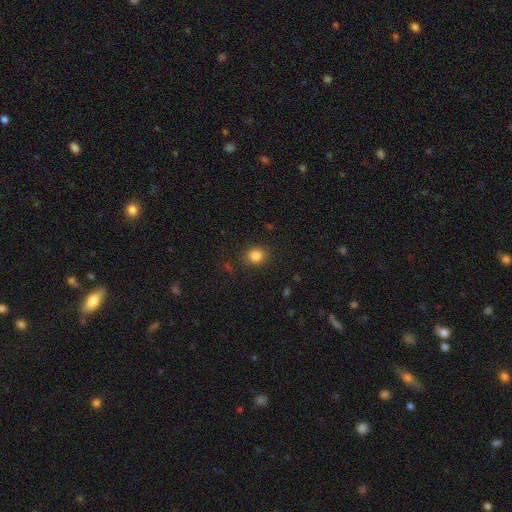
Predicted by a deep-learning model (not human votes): Morphology: type=smooth (84%); roundness=round (76%); merging=none (87%).